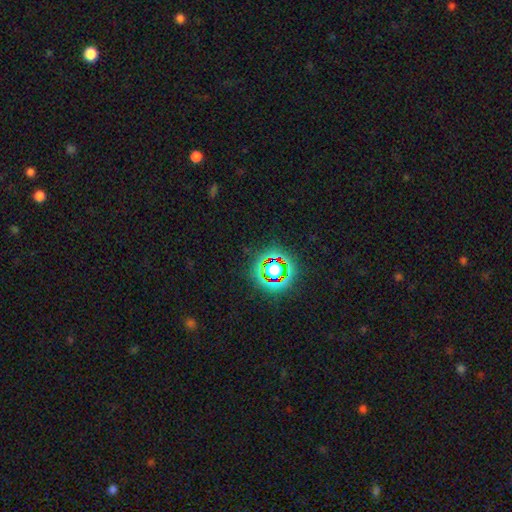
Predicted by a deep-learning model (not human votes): Smooth or featured? star or artifact (77%)